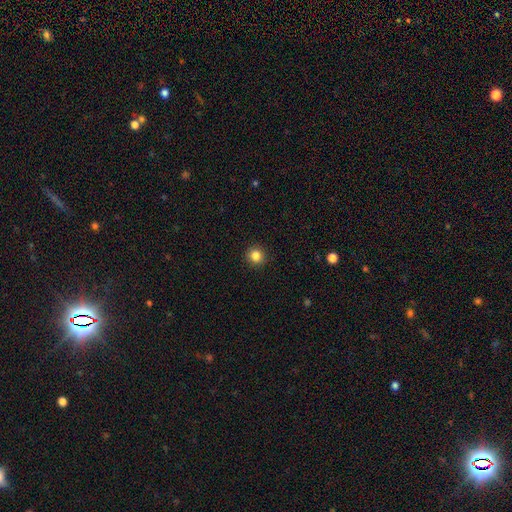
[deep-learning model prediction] Q: Smooth or featured?
A: smooth (84%); runner-up: star or artifact (11%)
Q: How rounded?
A: round (94%); runner-up: in between (5%)
Q: Merging?
A: none (93%); runner-up: minor disturbance (5%)